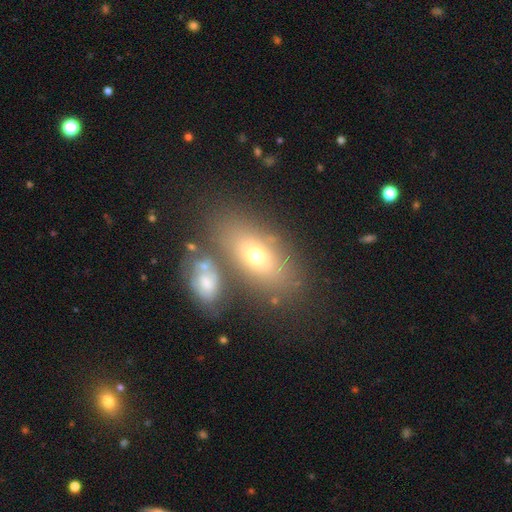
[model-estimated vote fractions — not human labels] A smooth galaxy with no disk features (66%) that is in between round and cigar-shaped (80%).

Vote fractions:
- Smooth or featured? smooth: 66% / featured or disk: 22% / star or artifact: 12%
- How rounded? in between: 80% / round: 11% / cigar-shaped: 8%
- Merging? none: 63% / merger: 18% / minor disturbance: 12% / major disturbance: 6%